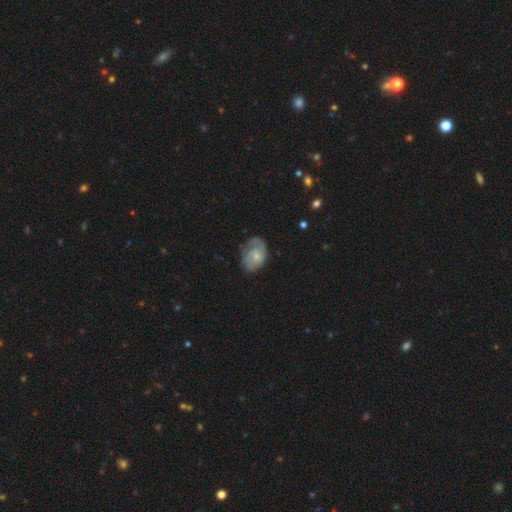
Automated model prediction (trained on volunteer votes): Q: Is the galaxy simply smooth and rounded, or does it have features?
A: featured or disk — 56%.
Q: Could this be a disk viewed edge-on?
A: no — 97%.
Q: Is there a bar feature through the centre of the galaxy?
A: no — 79%.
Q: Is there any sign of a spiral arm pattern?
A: yes — 78%.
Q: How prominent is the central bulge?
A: small — 62%.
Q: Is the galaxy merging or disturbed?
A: none — 52%.